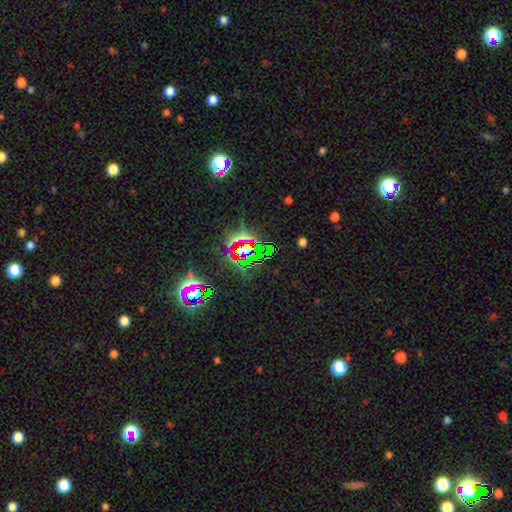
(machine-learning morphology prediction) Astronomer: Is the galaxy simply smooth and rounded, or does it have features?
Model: star or artifact — 80%.